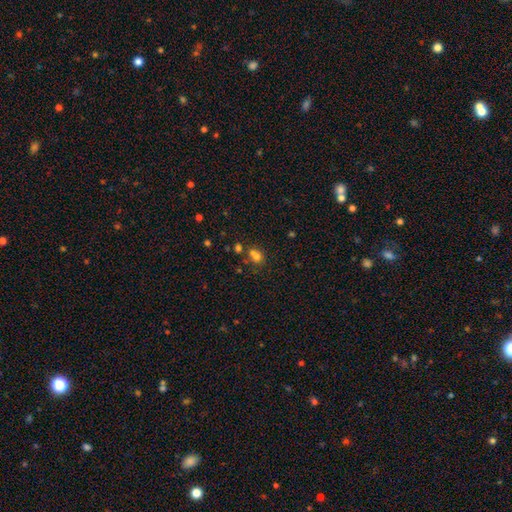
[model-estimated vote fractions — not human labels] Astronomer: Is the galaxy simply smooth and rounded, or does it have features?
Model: smooth — 68%.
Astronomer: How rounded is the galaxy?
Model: round — 59% (runner-up: in between, 40%).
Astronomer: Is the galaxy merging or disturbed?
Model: merger — 46% (runner-up: none, 39%).